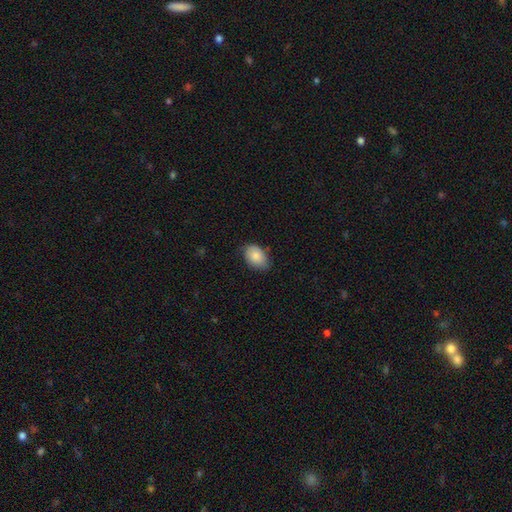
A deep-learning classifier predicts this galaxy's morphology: smooth-or-featured: smooth: 85% | featured or disk: 8% | star or artifact: 7%
  how-rounded: in between: 84% | round: 15% | cigar-shaped: 1%
  merging: none: 71% | minor disturbance: 24% | major disturbance: 3% | merger: 1%